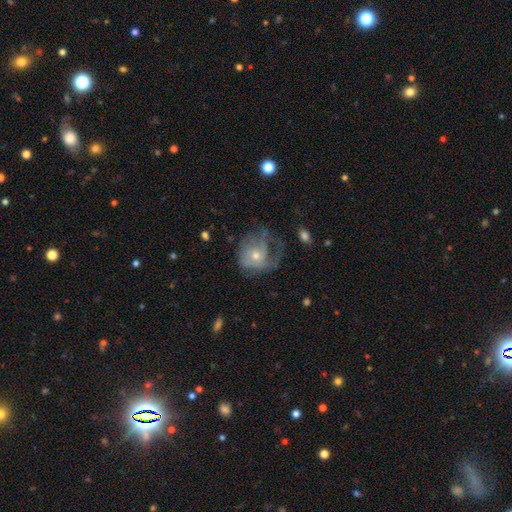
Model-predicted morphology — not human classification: A featured or disk galaxy (62%) with no bar (81%), spiral arms (72%) and a small central bulge (48%). Merging: major disturbance (39%).